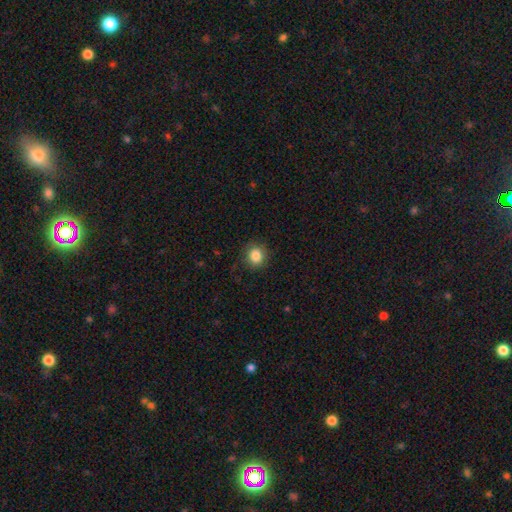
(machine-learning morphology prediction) smooth 86%, star or artifact 10%, featured or disk 4%. Down the decision tree: how rounded — round (85%); merging — none (88%).